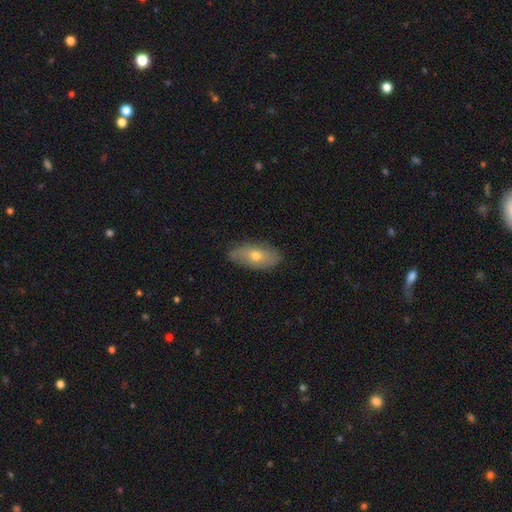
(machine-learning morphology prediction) A smooth galaxy with no disk features (55%) that is in between round and cigar-shaped (85%).

Vote fractions:
- Smooth or featured? smooth: 55% / featured or disk: 38% / star or artifact: 7%
- How rounded? in between: 85% / cigar-shaped: 10% / round: 5%
- Merging? none: 80% / minor disturbance: 16% / major disturbance: 3% / merger: 1%